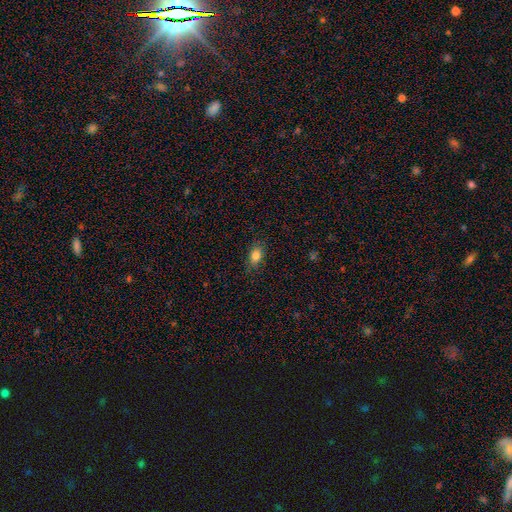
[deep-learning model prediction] Smooth or featured? smooth (83%)
How rounded? in between (83%)
Merging? none (84%)